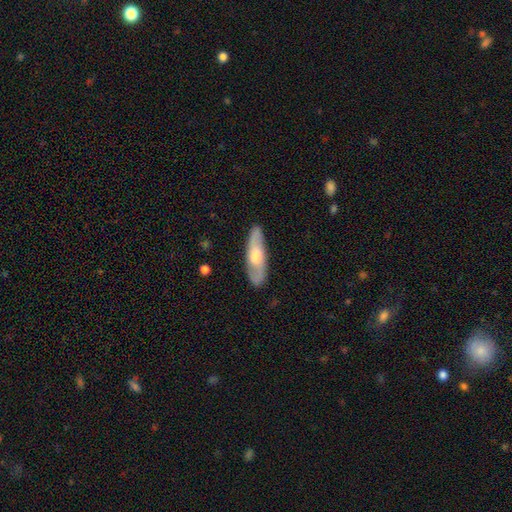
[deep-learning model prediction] This is possibly a featured or disk galaxy (57%). It is likely not viewed edge-on (63%). Merging: clearly none (86%).